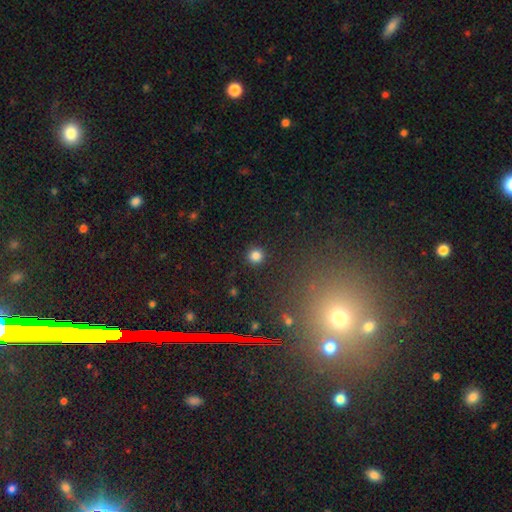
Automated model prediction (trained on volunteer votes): Q: Smooth or featured?
A: smooth (82%); runner-up: star or artifact (13%)
Q: How rounded?
A: round (94%); runner-up: in between (5%)
Q: Merging?
A: none (91%); runner-up: minor disturbance (5%)